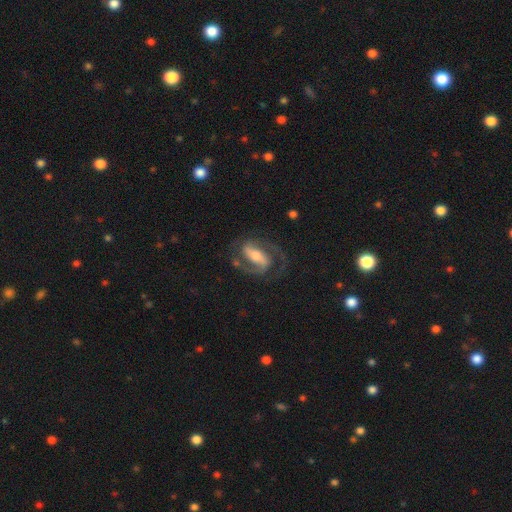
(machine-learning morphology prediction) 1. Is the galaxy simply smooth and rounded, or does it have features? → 87% featured or disk, 9% smooth, 5% star or artifact.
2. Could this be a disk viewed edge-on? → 96% no, 4% yes.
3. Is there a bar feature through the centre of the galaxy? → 61% strong, 26% weak, 13% no.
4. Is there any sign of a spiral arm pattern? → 95% yes, 5% no.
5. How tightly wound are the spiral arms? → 55% medium, 28% tight, 18% loose.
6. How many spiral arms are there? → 90% 2, 3% 1, 3% can't tell, 1% 3, 1% 4, 1% more than 4.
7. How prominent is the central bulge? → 55% moderate, 31% small, 10% large, 2% none, 2% dominant.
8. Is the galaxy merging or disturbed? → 72% none, 14% minor disturbance, 12% major disturbance, 2% merger.